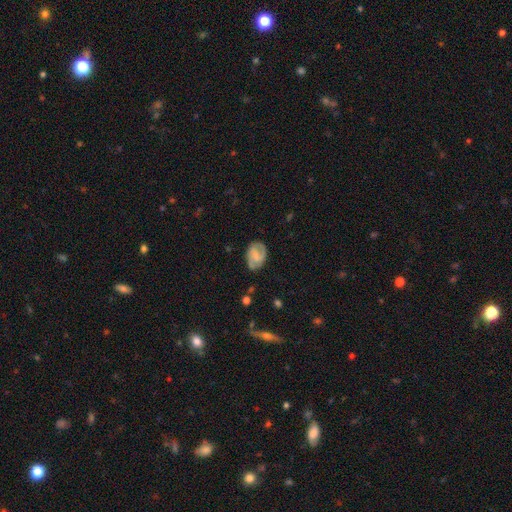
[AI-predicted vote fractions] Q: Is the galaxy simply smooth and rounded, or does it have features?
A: featured or disk — 58%.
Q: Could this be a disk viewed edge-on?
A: no — 97%.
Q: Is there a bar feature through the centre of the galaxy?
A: weak — 44%.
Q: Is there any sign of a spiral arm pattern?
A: yes — 85%.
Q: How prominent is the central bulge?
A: small — 39%.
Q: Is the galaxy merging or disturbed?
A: none — 66%.